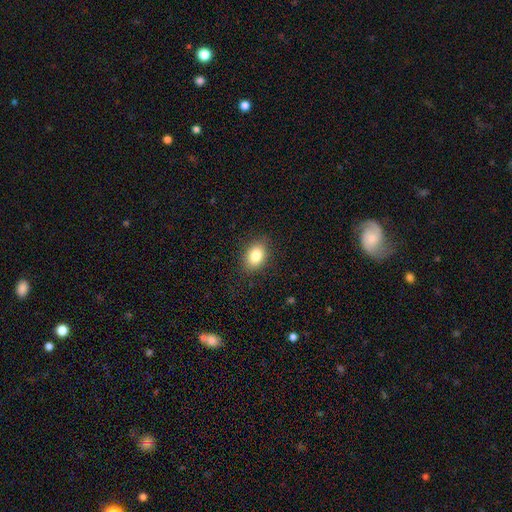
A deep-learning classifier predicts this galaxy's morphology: Q: Smooth or featured?
A: smooth (83%); runner-up: star or artifact (9%)
Q: How rounded?
A: in between (77%); runner-up: round (22%)
Q: Merging?
A: none (85%); runner-up: minor disturbance (11%)